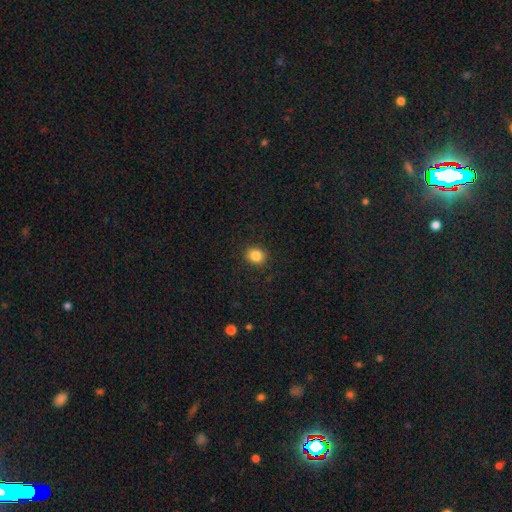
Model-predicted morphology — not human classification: A smooth galaxy with no disk features (85%) that is round (74%). Merging: none (90%).